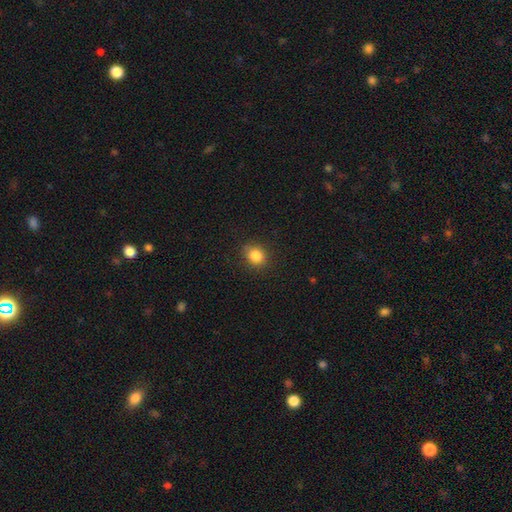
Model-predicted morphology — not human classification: Smooth or featured? smooth (85%)
How rounded? round (70%)
Merging? none (86%)